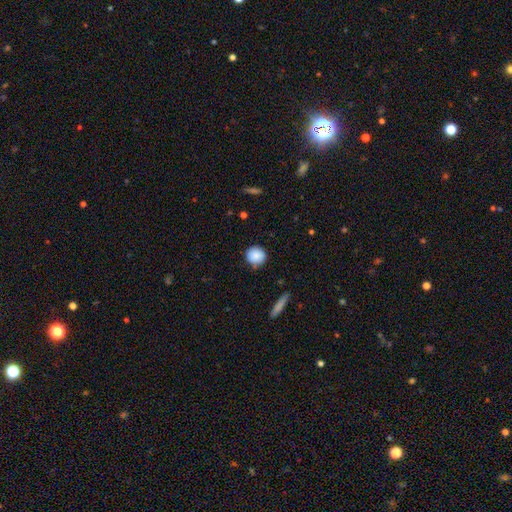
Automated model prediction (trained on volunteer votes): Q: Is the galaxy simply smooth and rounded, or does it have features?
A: smooth — 87%.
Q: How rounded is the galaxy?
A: round — 91%.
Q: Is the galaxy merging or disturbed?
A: none — 85%.